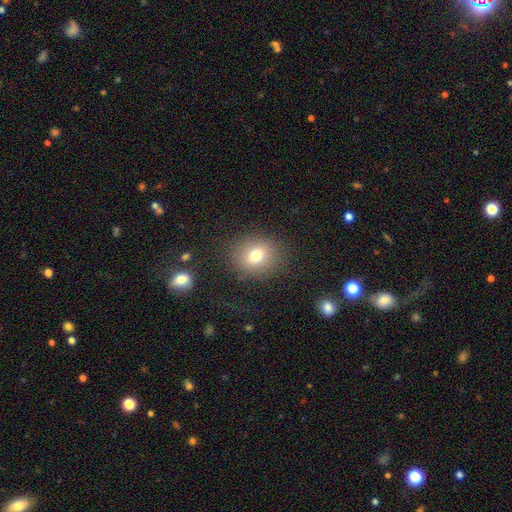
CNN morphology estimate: type=smooth (74%); roundness=round (66%); merging=none (84%).